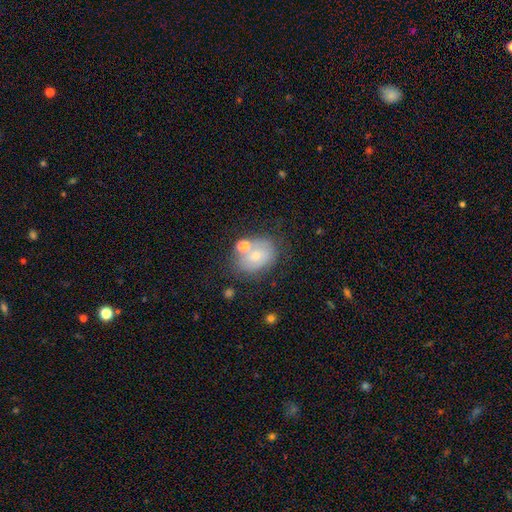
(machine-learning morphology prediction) Smooth or featured: smooth — 58% (featured or disk — 32%)
How rounded: in between — 55% (round — 44%)
Merging: none — 54% (merger — 21%)